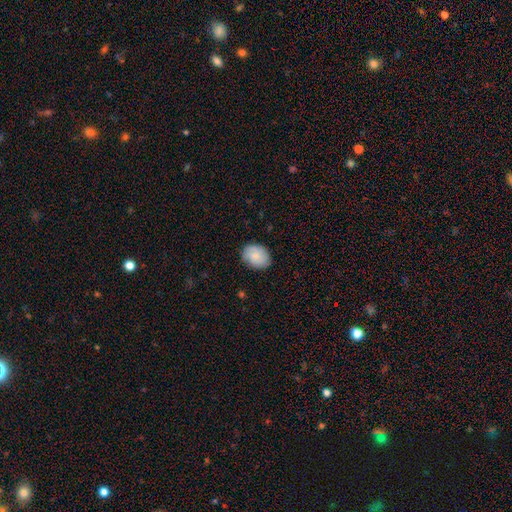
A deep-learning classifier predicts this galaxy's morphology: Q: Smooth or featured?
A: smooth (82%); runner-up: featured or disk (12%)
Q: How rounded?
A: in between (64%); runner-up: round (35%)
Q: Merging?
A: none (83%); runner-up: minor disturbance (14%)